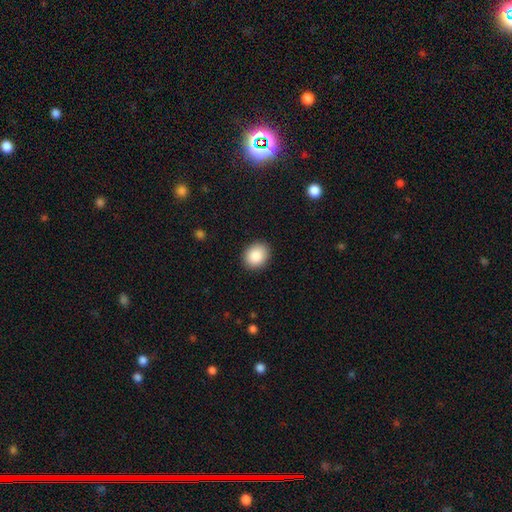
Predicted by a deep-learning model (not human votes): This appears to be a smooth galaxy with no disk features (87%) that is round (64%). Merging: none (90%).